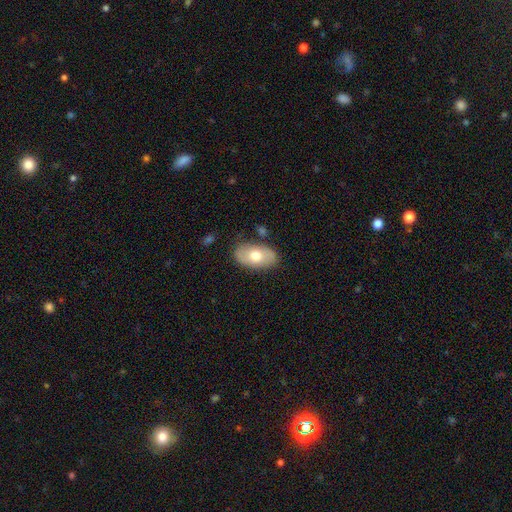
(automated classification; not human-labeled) A smooth galaxy with no disk features (67%) that is in between round and cigar-shaped (93%).

Vote fractions:
- Smooth or featured? smooth: 67% / featured or disk: 27% / star or artifact: 6%
- How rounded? in between: 93% / round: 5% / cigar-shaped: 2%
- Merging? none: 80% / minor disturbance: 13% / major disturbance: 3% / merger: 3%